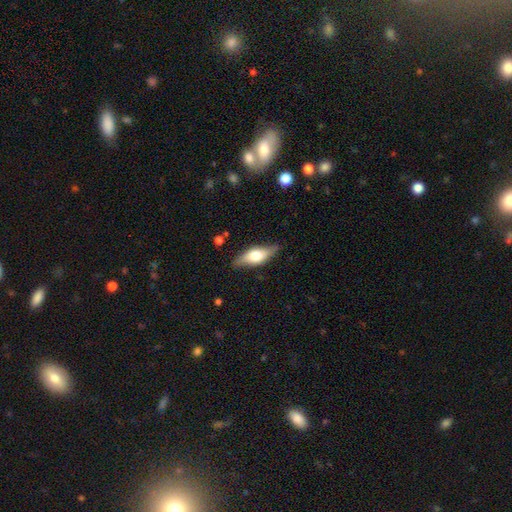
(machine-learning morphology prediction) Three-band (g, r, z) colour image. It shows a smooth galaxy with no disk features (56%) that is in between round and cigar-shaped (69%). Merging: none (82%).